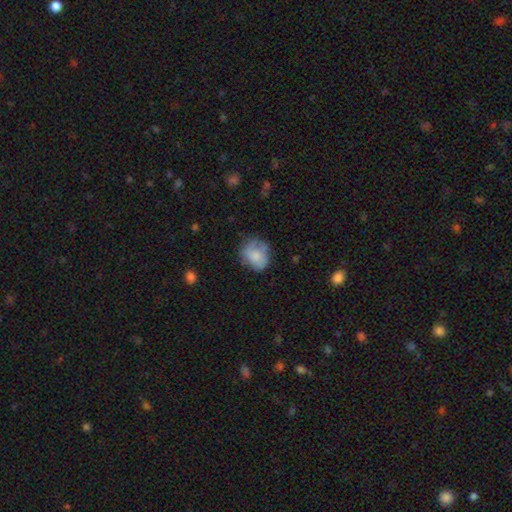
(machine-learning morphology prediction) This is likely a smooth galaxy (69%). How rounded: possibly round (59%). Merging: possibly none (55%).